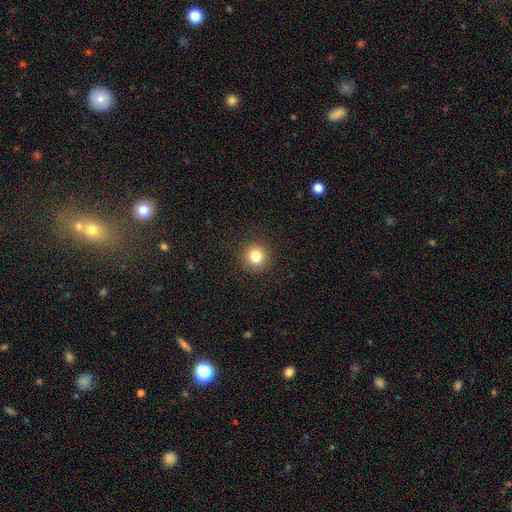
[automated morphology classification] Smooth or featured?
  - smooth: 82% *
  - star or artifact: 12%
  - featured or disk: 6%
How rounded?
  - round: 92% *
  - in between: 7%
  - cigar-shaped: 1%
Merging?
  - none: 91% *
  - minor disturbance: 6%
  - major disturbance: 2%
  - merger: 1%